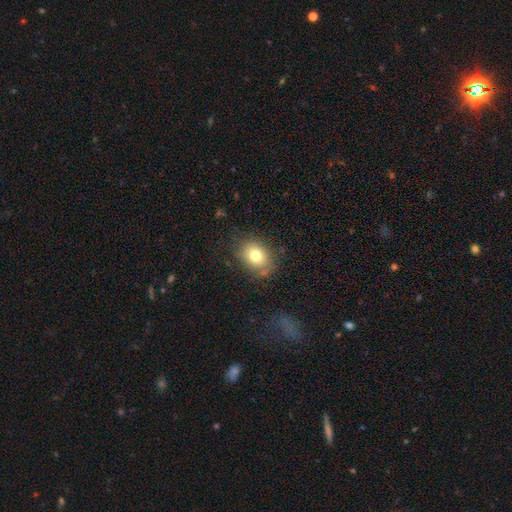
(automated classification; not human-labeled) Overall: smooth (76%). How rounded: in between (58%; round 41%). Merging: none (77%).